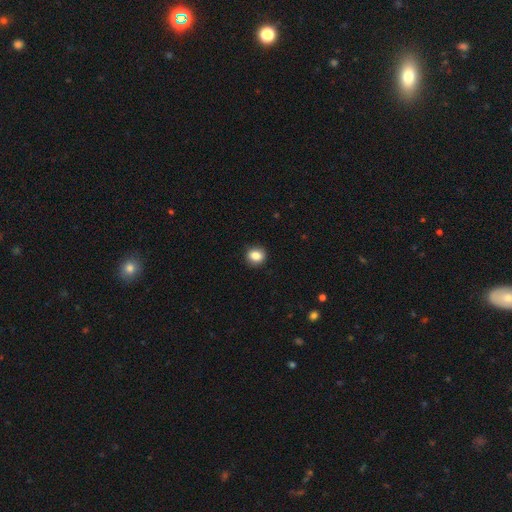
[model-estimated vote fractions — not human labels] Smooth or featured: smooth — 85% (star or artifact — 10%)
How rounded: round — 75% (in between — 24%)
Merging: none — 89% (minor disturbance — 8%)